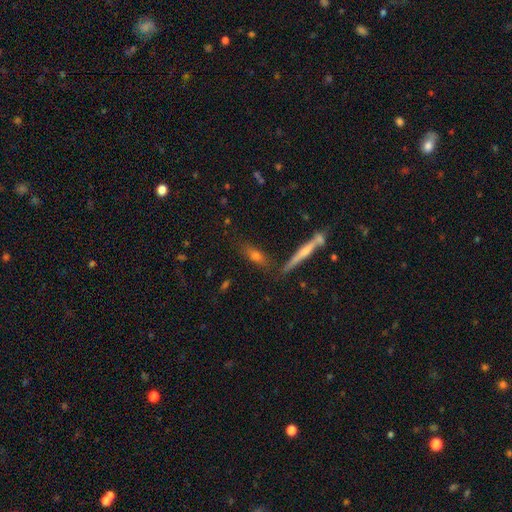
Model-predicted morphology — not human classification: The model was most divided on "smooth or featured": smooth: 53%, featured or disk: 36%, star or artifact: 11%. More confident: merging — none (73%); how rounded — cigar-shaped (57%).